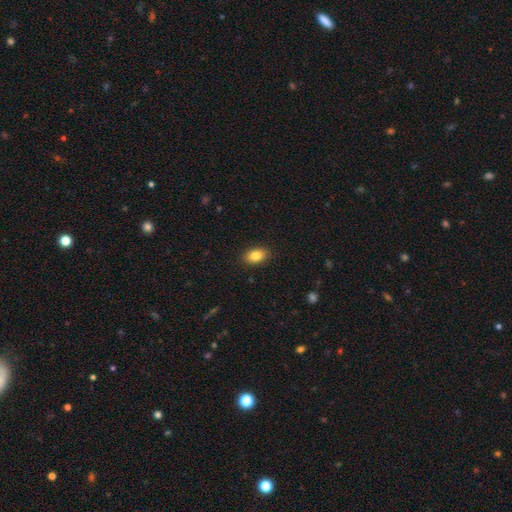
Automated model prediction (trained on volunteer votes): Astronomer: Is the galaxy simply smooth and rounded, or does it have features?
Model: smooth — 85%.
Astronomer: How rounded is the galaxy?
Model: in between — 89%.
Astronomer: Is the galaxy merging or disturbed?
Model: none — 89%.